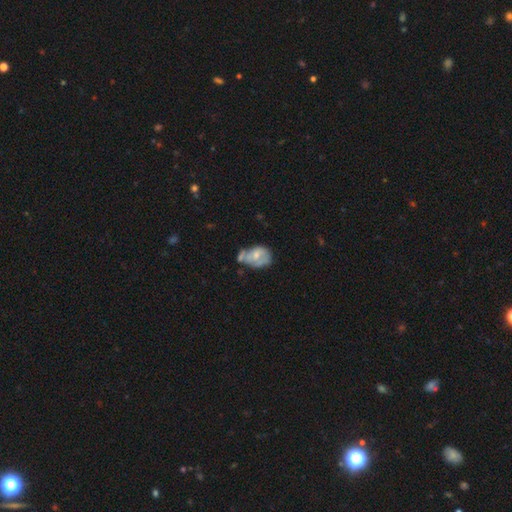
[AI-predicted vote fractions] Q: Smooth or featured?
A: featured or disk (50%); runner-up: smooth (44%)
Q: Merging?
A: minor disturbance (29%); runner-up: none (27%)